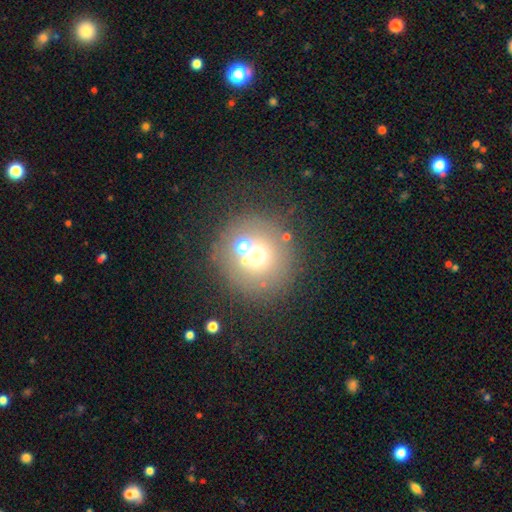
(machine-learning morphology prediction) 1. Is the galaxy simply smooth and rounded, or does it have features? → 58% smooth, 22% featured or disk, 20% star or artifact.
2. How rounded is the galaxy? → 93% round, 6% in between, 1% cigar-shaped.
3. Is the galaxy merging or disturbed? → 65% none, 20% merger, 9% minor disturbance, 6% major disturbance.